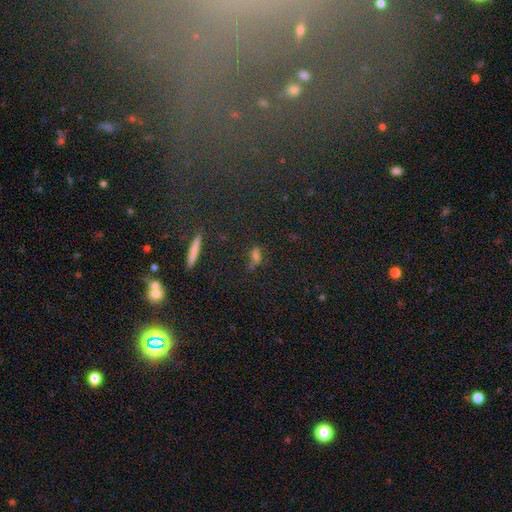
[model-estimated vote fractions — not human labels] Smooth or featured? smooth (51%)
How rounded? in between (55%)
Merging? none (61%)